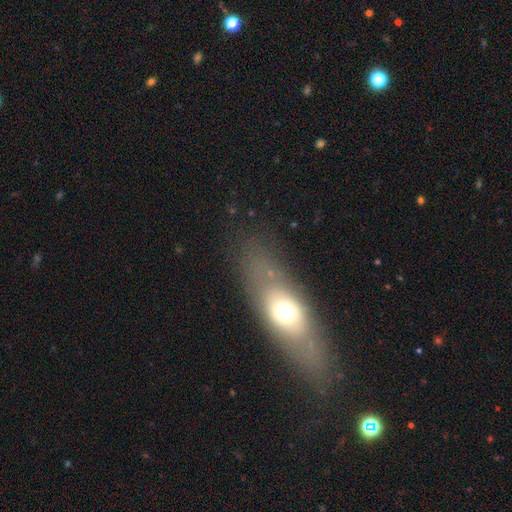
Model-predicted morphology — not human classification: A smooth galaxy with no disk features (45%).

Vote fractions:
- Smooth or featured? smooth: 45% / featured or disk: 44% / star or artifact: 11%
- Merging? none: 75% / minor disturbance: 14% / major disturbance: 8% / merger: 2%